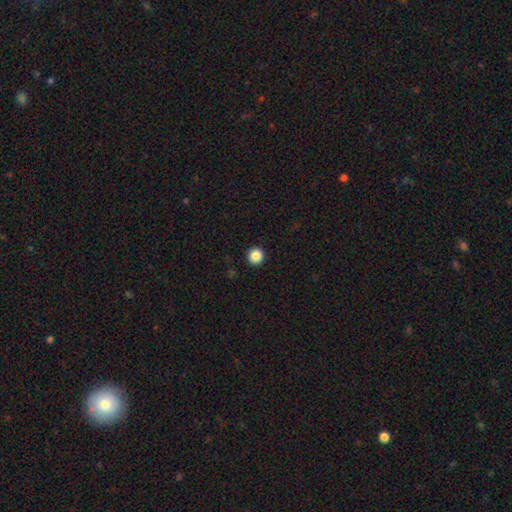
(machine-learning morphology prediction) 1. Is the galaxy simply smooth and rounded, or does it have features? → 87% smooth, 10% star or artifact, 3% featured or disk.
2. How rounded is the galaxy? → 96% round, 3% in between, 1% cigar-shaped.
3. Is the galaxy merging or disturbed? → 94% none, 4% minor disturbance, 1% major disturbance, 1% merger.